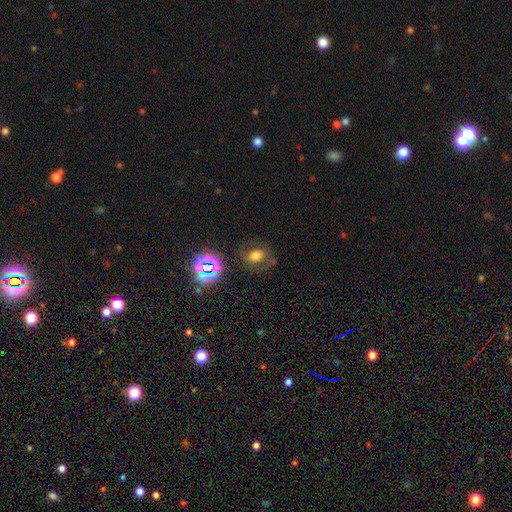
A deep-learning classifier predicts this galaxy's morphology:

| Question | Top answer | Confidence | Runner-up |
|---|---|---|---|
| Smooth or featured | smooth | 49% | featured or disk (28%) |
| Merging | none | 67% | minor disturbance (17%) |